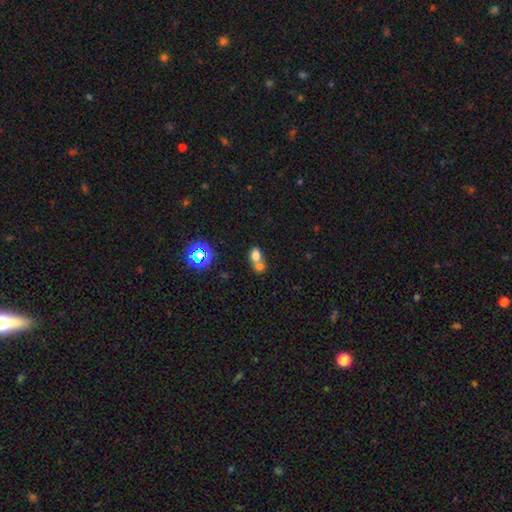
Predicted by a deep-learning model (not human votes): smooth_or_featured: smooth (p=0.71) [alt: star or artifact p=0.16]
how_rounded: in between (p=0.58) [alt: round p=0.40]
merging: merger (p=0.65) [alt: none p=0.26]